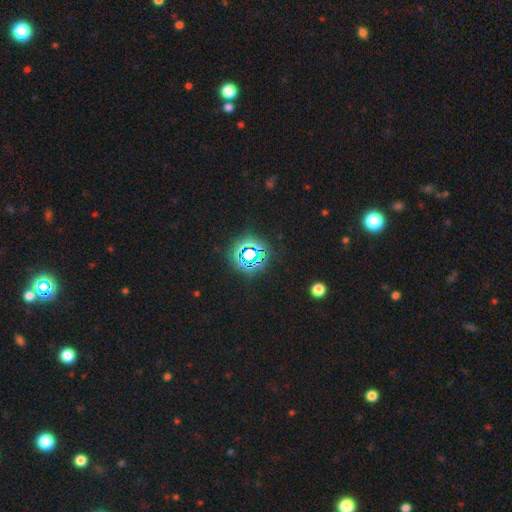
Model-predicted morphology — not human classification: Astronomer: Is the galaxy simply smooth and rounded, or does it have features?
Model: star or artifact — 78%.